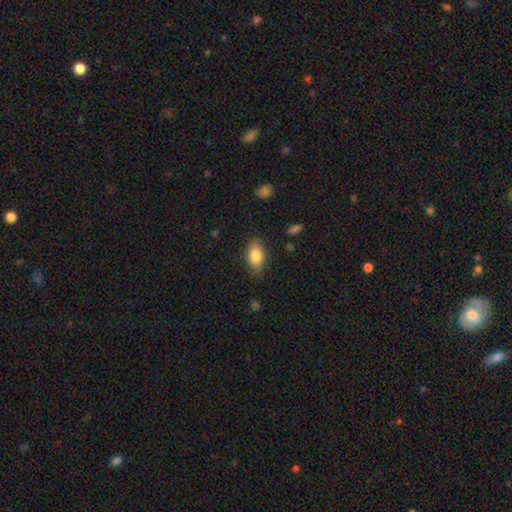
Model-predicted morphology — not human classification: Smooth or featured? Predicted: smooth (p=0.80). How rounded? Predicted: in between (p=0.88). Merging? Predicted: none (p=0.81).